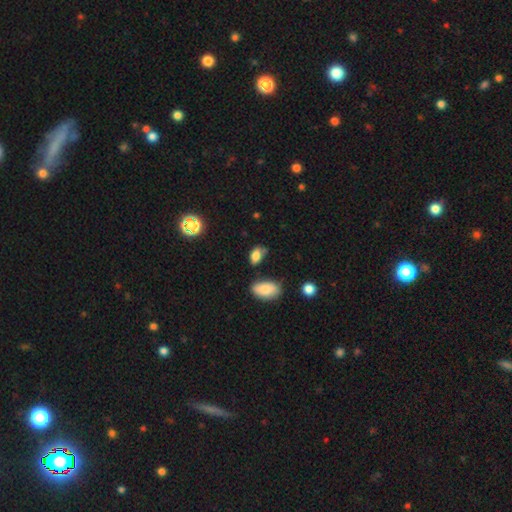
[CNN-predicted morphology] Q: Smooth or featured?
A: smooth (78%); runner-up: star or artifact (12%)
Q: How rounded?
A: in between (87%); runner-up: round (10%)
Q: Merging?
A: none (55%); runner-up: minor disturbance (28%)